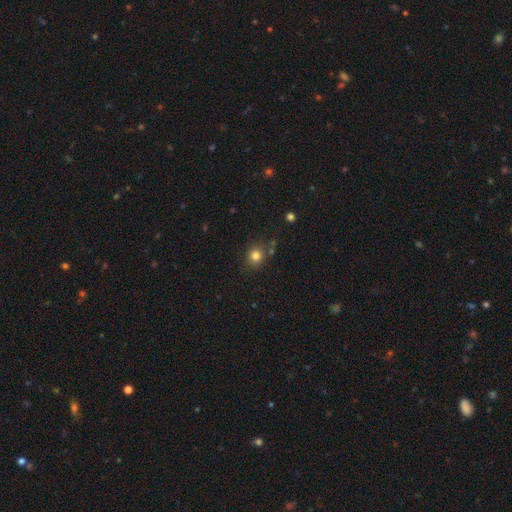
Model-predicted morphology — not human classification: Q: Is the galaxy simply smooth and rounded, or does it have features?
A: smooth — 80%.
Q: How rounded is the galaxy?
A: round — 80%.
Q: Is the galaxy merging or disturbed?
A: none — 77%.